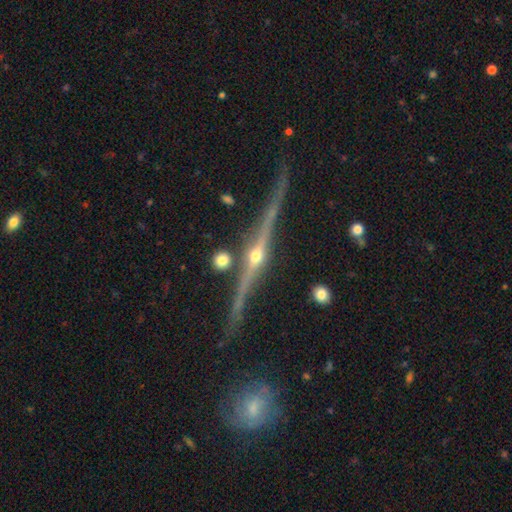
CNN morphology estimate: Smooth or featured? featured or disk (89%)
Edge-on disk? yes (97%)
Edge-on bulge? rounded (94%)
Merging? none (83%)